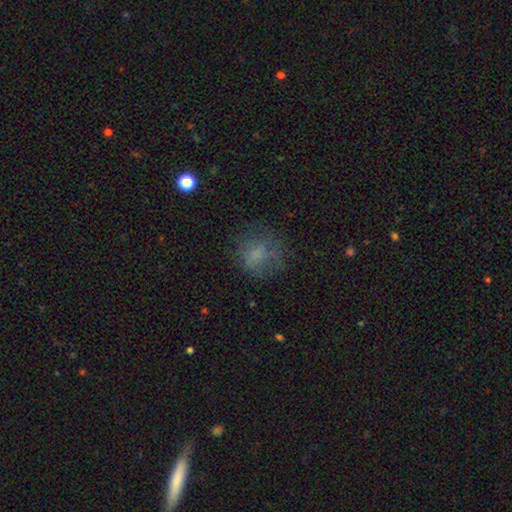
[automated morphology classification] Smooth or featured? Predicted: smooth (p=0.66). How rounded? Predicted: round (p=0.71). Merging? Predicted: none (p=0.60).